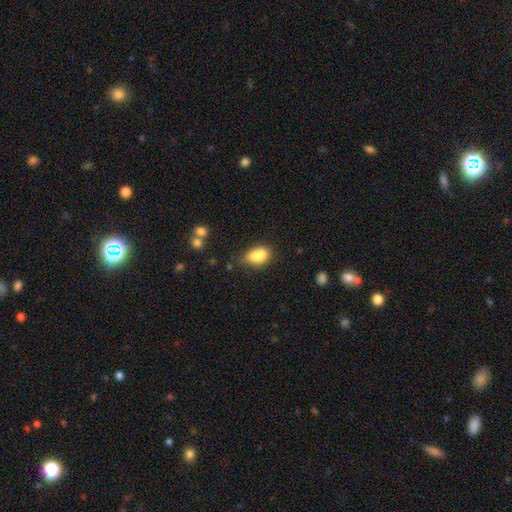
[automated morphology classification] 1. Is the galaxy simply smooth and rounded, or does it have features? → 82% smooth, 9% featured or disk, 9% star or artifact.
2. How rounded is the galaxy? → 85% in between, 11% round, 4% cigar-shaped.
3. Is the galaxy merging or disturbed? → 48% none, 30% minor disturbance, 15% merger, 8% major disturbance.